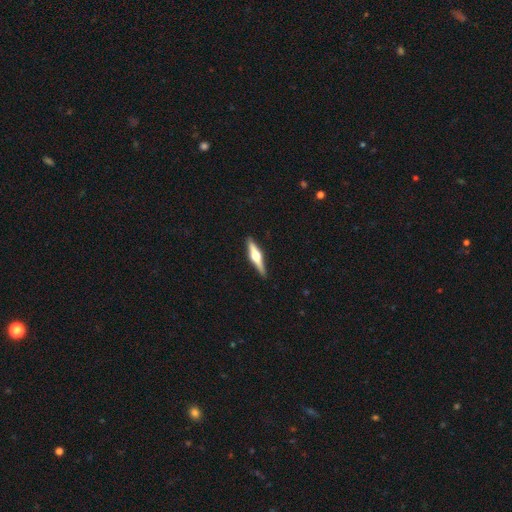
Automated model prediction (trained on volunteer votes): Morphology: type=featured or disk (74%); edge-on=yes (98%); edge-on bulge=rounded (95%); merging=none (91%).